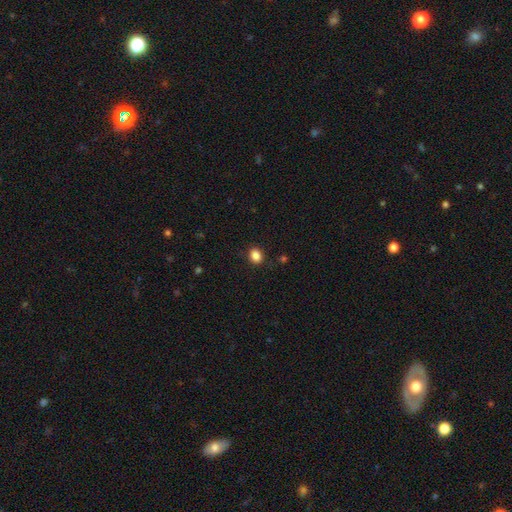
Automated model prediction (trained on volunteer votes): Q: Smooth or featured?
A: smooth (86%); runner-up: star or artifact (10%)
Q: How rounded?
A: in between (52%); runner-up: round (47%)
Q: Merging?
A: none (87%); runner-up: minor disturbance (9%)